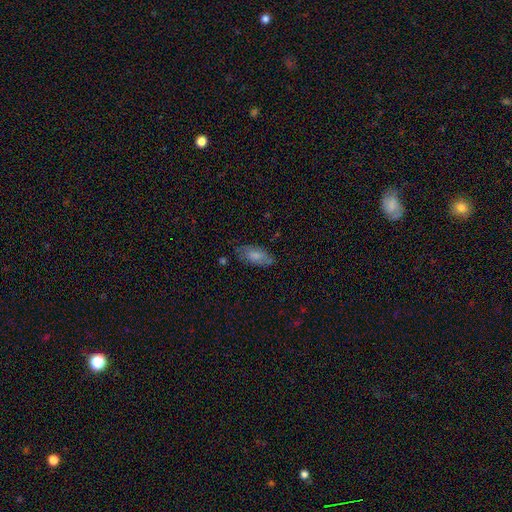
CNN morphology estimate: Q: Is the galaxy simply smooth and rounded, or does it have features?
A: smooth — 71%.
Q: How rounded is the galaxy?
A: in between — 89%.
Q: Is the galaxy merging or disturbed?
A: none — 70%.